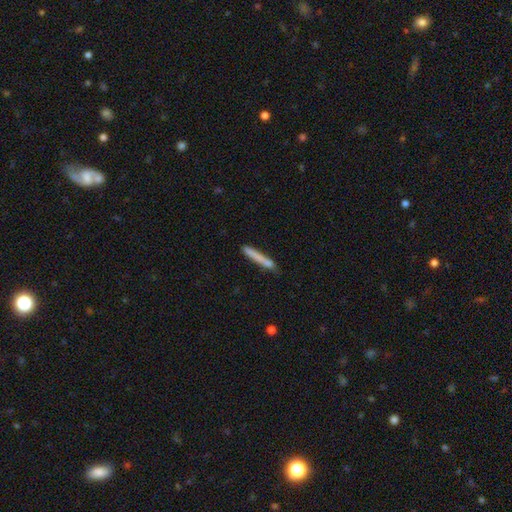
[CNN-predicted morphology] A smooth galaxy with no disk features (75%) that is cigar-shaped (95%).

Vote fractions:
- Smooth or featured? smooth: 75% / featured or disk: 19% / star or artifact: 6%
- How rounded? cigar-shaped: 95% / in between: 3% / round: 1%
- Merging? none: 73% / minor disturbance: 17% / merger: 6% / major disturbance: 4%